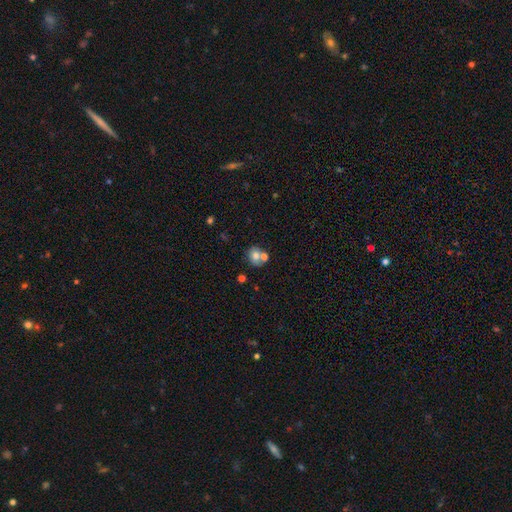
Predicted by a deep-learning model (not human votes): A smooth galaxy with no disk features (70%) that is round (71%). Merging: none (47%).